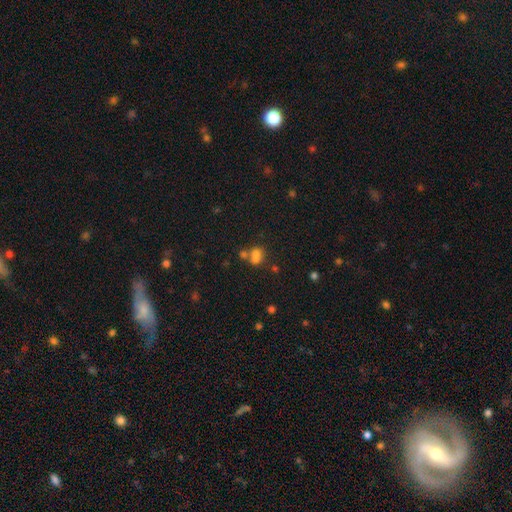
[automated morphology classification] smooth-or-featured: smooth: 70% | star or artifact: 16% | featured or disk: 14%
  how-rounded: in between: 53% | round: 45% | cigar-shaped: 2%
  merging: merger: 51% | none: 33% | minor disturbance: 10% | major disturbance: 6%